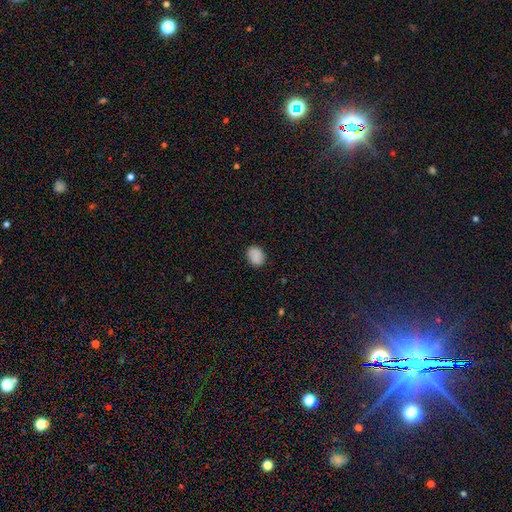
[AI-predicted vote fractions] Q: Smooth or featured?
A: smooth (84%); runner-up: star or artifact (9%)
Q: How rounded?
A: round (52%); runner-up: in between (47%)
Q: Merging?
A: none (85%); runner-up: minor disturbance (11%)